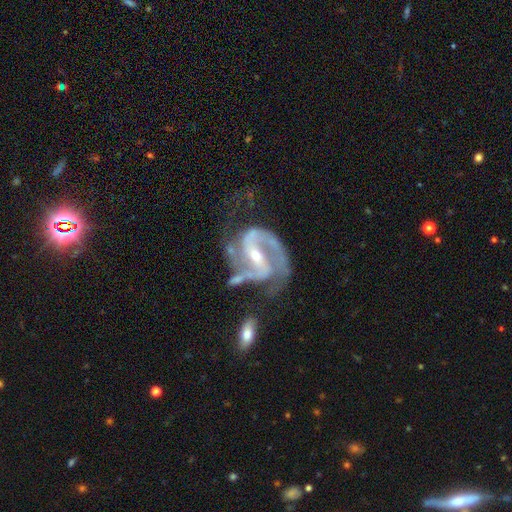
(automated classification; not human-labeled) smooth_or_featured: featured or disk (p=0.92) [alt: star or artifact p=0.05]
disk_edge_on: no (p=0.97) [alt: yes p=0.03]
bar: strong (p=0.60) [alt: weak p=0.28]
has_spiral_arms: yes (p=0.98) [alt: no p=0.02]
spiral_winding: medium (p=0.58) [alt: tight p=0.25]
spiral_arm_count: 2 (p=0.86) [alt: 3 p=0.06]
bulge_size: small (p=0.60) [alt: moderate p=0.37]
merging: none (p=0.55) [alt: minor disturbance p=0.21]